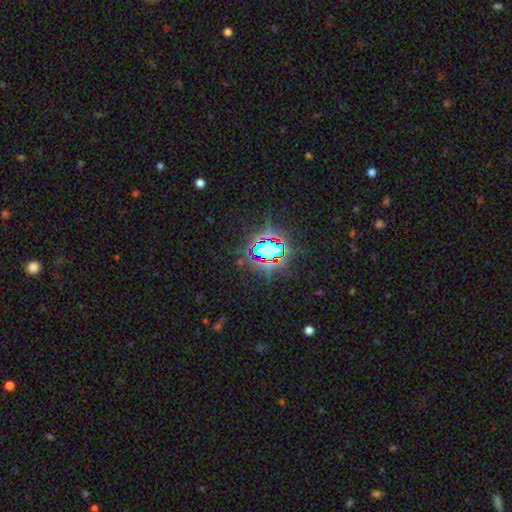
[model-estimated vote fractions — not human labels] A star or artifact, not a galaxy (81%).